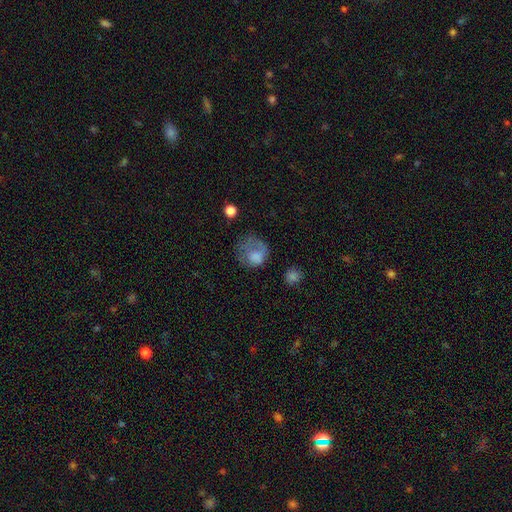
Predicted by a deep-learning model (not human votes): A smooth galaxy with no disk features (71%) that is round (69%).

Vote fractions:
- Smooth or featured? smooth: 71% / featured or disk: 19% / star or artifact: 10%
- How rounded? round: 69% / in between: 30% / cigar-shaped: 1%
- Merging? major disturbance: 38% / none: 33% / minor disturbance: 26% / merger: 3%